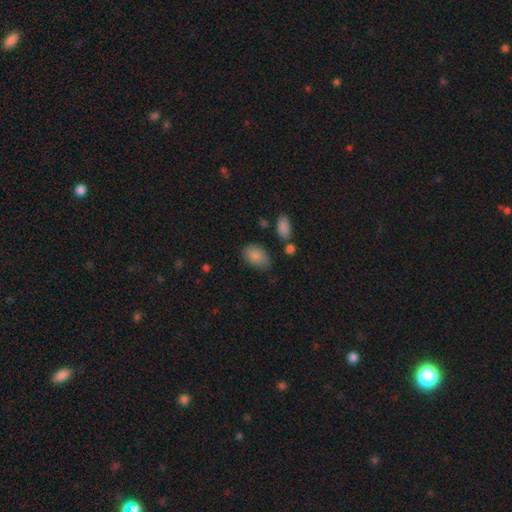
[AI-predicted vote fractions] smooth 85%, star or artifact 8%, featured or disk 7%. Down the decision tree: how rounded — in between (87%); merging — none (70%).